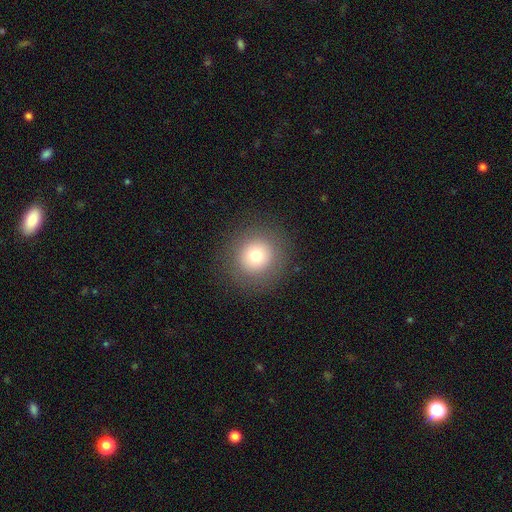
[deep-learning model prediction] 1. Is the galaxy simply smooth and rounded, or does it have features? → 73% smooth, 13% featured or disk, 13% star or artifact.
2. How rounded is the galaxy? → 94% round, 5% in between, 1% cigar-shaped.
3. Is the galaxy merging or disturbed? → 88% none, 7% minor disturbance, 4% major disturbance, 1% merger.